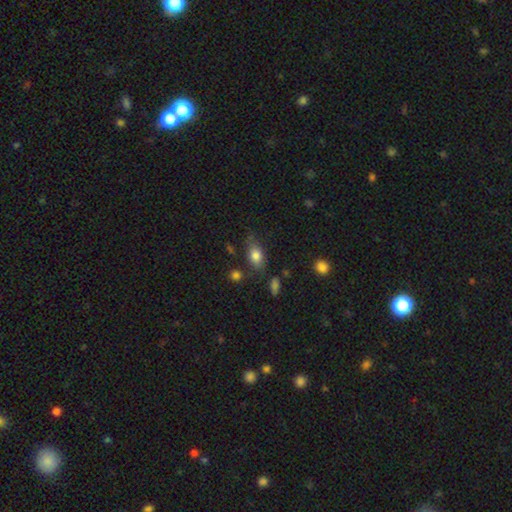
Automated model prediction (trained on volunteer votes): Smooth or featured? Predicted: smooth (p=0.80). How rounded? Predicted: in between (p=0.82). Merging? Predicted: none (p=0.68).